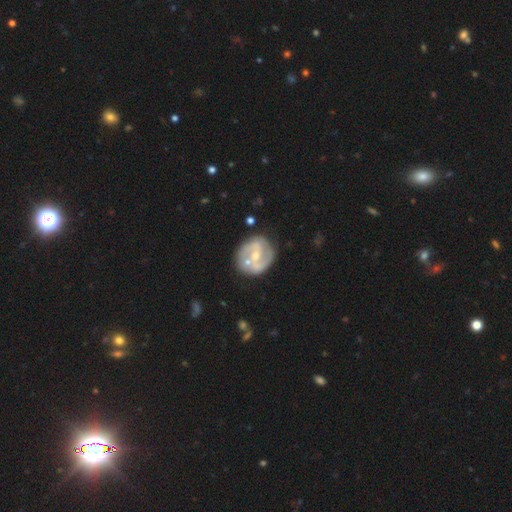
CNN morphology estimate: smooth-or-featured: featured or disk: 77% | smooth: 18% | star or artifact: 5%
  disk-edge-on: no: 97% | yes: 3%
    bar: weak: 43% | no: 34% | strong: 23%
    has-spiral-arms: yes: 84% | no: 16%
      spiral-winding: medium: 46% | tight: 29% | loose: 24%
      spiral-arm-count: 2: 83% | can't tell: 9% | 3: 3% | 1: 2% | 4: 1% | more than 4: 1%
    bulge-size: small: 52% | moderate: 43% | none: 2% | large: 1% | dominant: 1%
  merging: none: 70% | minor disturbance: 15% | merger: 10% | major disturbance: 5%